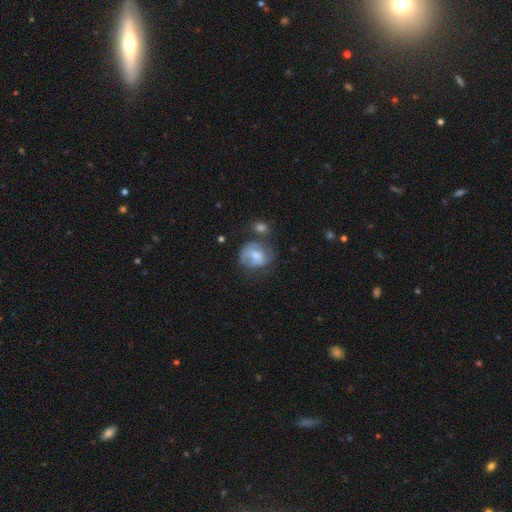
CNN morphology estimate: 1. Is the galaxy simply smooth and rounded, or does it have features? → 54% smooth, 39% featured or disk, 8% star or artifact.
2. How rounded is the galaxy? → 61% round, 38% in between, 1% cigar-shaped.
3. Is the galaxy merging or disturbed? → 41% none, 27% minor disturbance, 18% major disturbance, 14% merger.